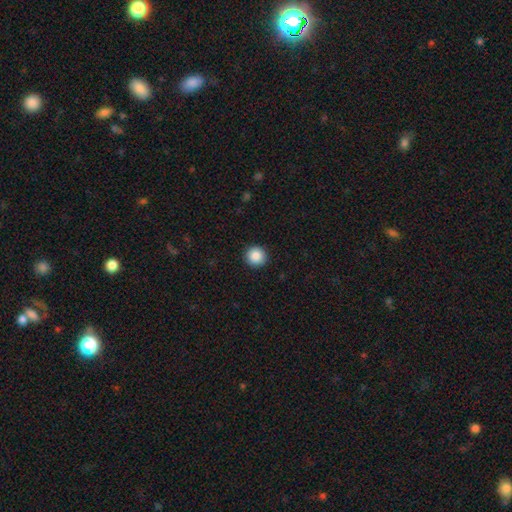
This appears to be a smooth galaxy with no disk features (90%) that is round (100%). Merging: none (89%).